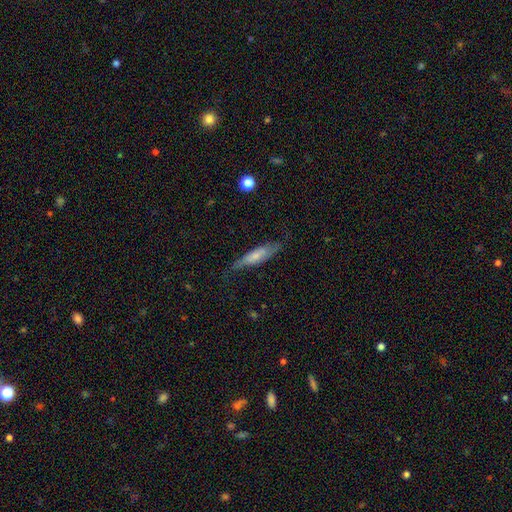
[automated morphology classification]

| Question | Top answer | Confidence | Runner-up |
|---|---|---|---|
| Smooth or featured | smooth | 53% | featured or disk (41%) |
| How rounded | cigar-shaped | 68% | in between (30%) |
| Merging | none | 64% | minor disturbance (26%) |